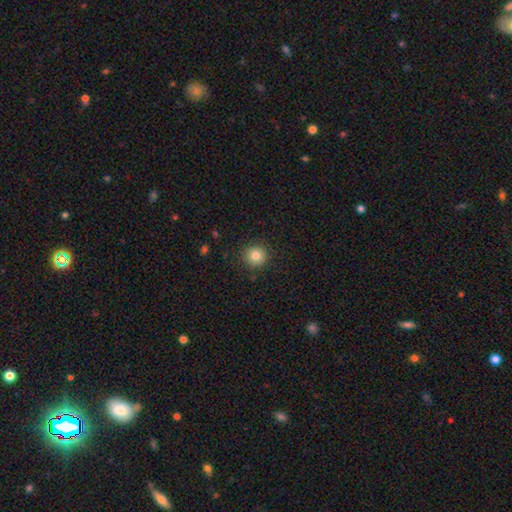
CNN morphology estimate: Q: Smooth or featured?
A: smooth (82%); runner-up: star or artifact (11%)
Q: How rounded?
A: round (94%); runner-up: in between (6%)
Q: Merging?
A: none (90%); runner-up: minor disturbance (7%)